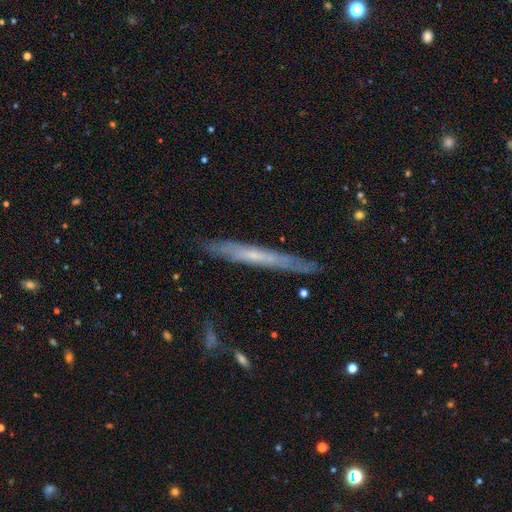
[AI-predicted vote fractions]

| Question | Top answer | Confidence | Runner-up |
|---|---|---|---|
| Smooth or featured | featured or disk | 59% | smooth (34%) |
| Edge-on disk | yes | 86% | no (14%) |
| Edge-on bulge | none | 75% | rounded (21%) |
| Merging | none | 82% | minor disturbance (13%) |